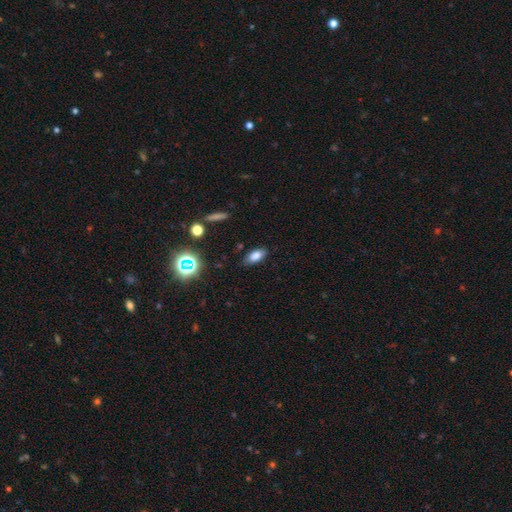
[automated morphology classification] A smooth galaxy with no disk features (77%) that is in between round and cigar-shaped (86%). Merging: none (81%).